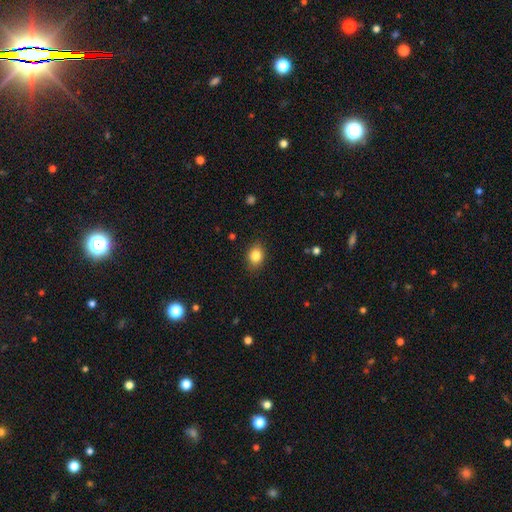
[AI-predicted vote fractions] smooth 84%, star or artifact 9%, featured or disk 6%. Down the decision tree: how rounded — in between (60%); merging — none (86%).